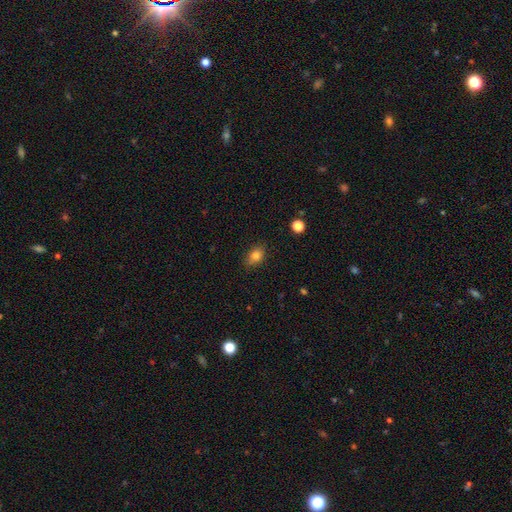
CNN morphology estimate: Overall: smooth (81%). How rounded: in between (74%). Merging: none (82%).